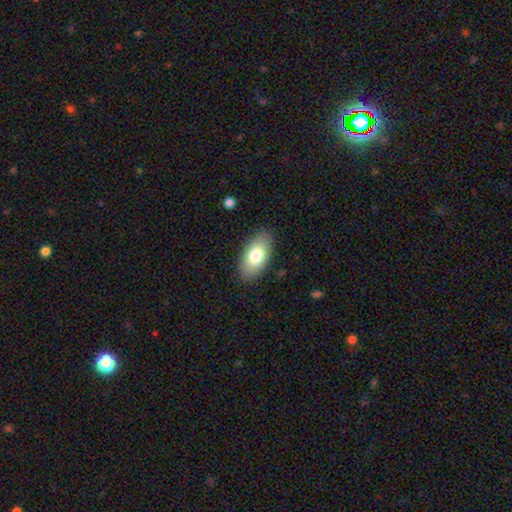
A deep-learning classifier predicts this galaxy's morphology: This appears to be a smooth galaxy with no disk features (78%) that is in between round and cigar-shaped (94%). Merging: none (87%).